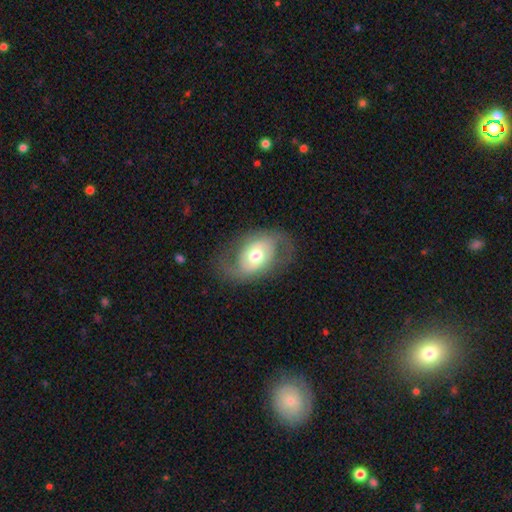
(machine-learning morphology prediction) smooth-or-featured: featured or disk: 61% | smooth: 32% | star or artifact: 6%
  disk-edge-on: no: 94% | yes: 6%
    bar: no: 60% | weak: 29% | strong: 11%
    has-spiral-arms: yes: 64% | no: 36%
    bulge-size: moderate: 70% | large: 16% | small: 12% | dominant: 2% | none: 1%
  merging: none: 71% | minor disturbance: 16% | major disturbance: 12% | merger: 1%